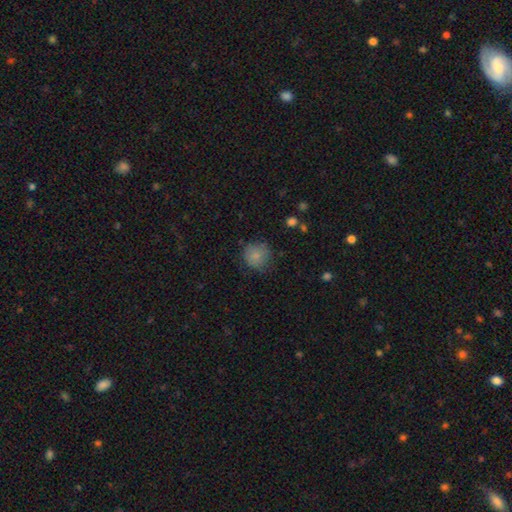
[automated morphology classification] This appears to be a smooth galaxy with no disk features (81%) that is round (90%). Merging: none (71%).